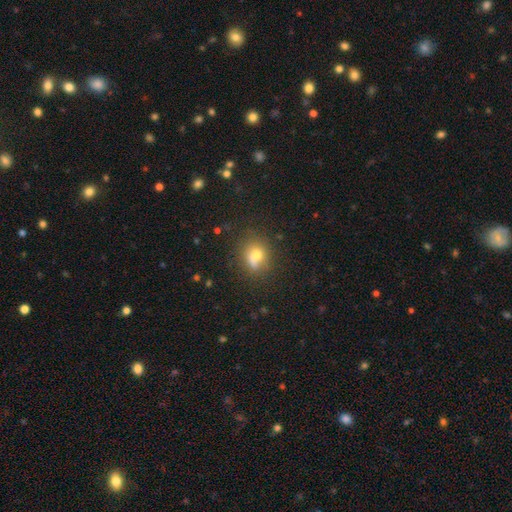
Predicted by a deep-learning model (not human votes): Q: Smooth or featured?
A: smooth (70%); runner-up: featured or disk (16%)
Q: How rounded?
A: round (68%); runner-up: in between (31%)
Q: Merging?
A: none (53%); runner-up: merger (20%)